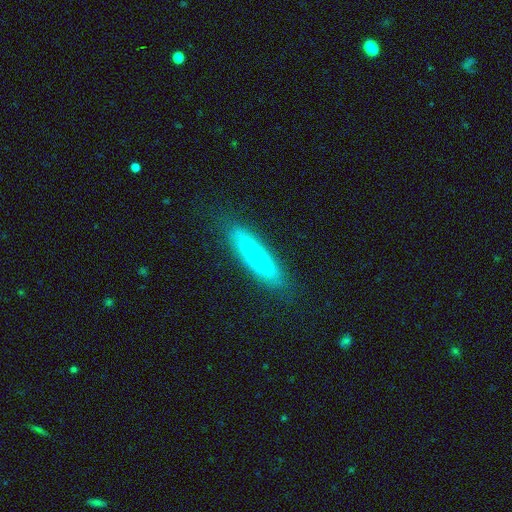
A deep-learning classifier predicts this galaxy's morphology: Q: Smooth or featured?
A: smooth (52%); runner-up: featured or disk (41%)
Q: How rounded?
A: cigar-shaped (78%); runner-up: in between (20%)
Q: Merging?
A: none (80%); runner-up: minor disturbance (15%)